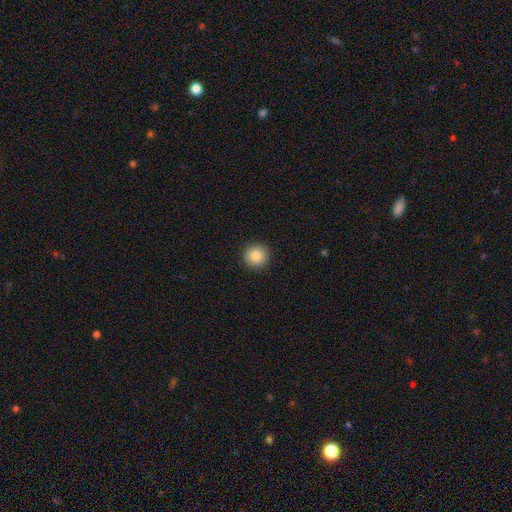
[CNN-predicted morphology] type=smooth (85%); roundness=round (95%); merging=none (93%).